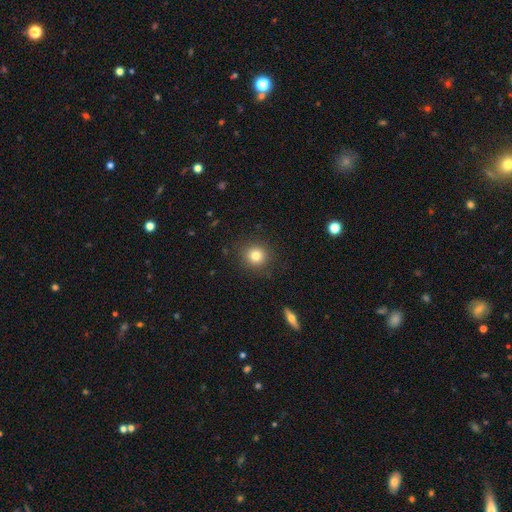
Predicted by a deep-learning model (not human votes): smooth_or_featured: smooth (p=0.80) [alt: star or artifact p=0.12]
how_rounded: round (p=0.90) [alt: in between p=0.09]
merging: none (p=0.88) [alt: minor disturbance p=0.08]